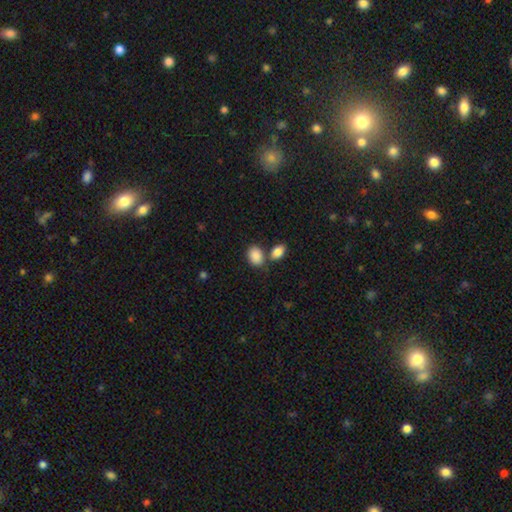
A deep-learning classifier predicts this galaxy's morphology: Smooth or featured? smooth (88%)
How rounded? in between (82%)
Merging? none (59%)